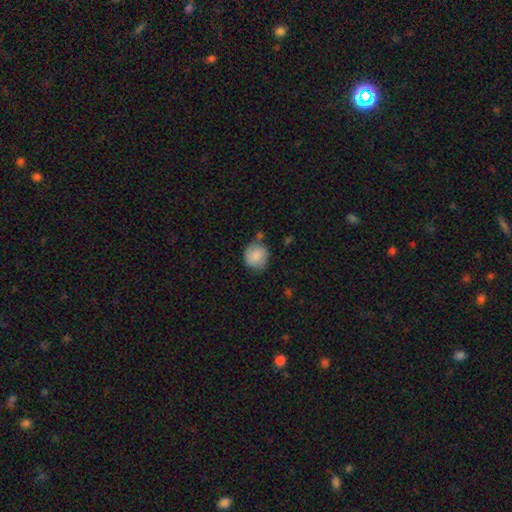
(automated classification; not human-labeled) This is clearly a smooth galaxy (84%). How rounded: clearly round (84%). Merging: likely none (69%).